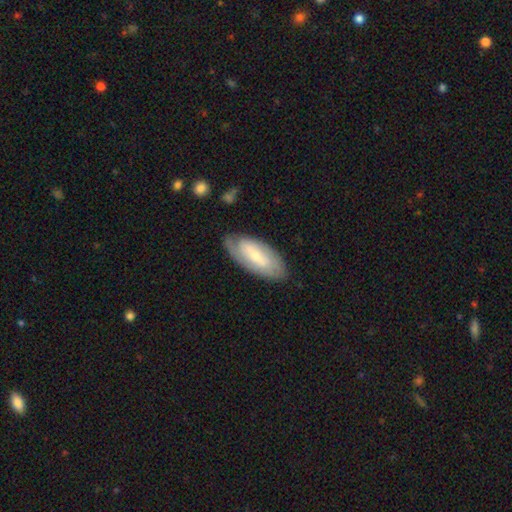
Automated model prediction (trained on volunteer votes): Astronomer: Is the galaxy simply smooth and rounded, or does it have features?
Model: featured or disk — 59% (runner-up: smooth, 36%).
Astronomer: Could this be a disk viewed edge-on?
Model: no — 89%.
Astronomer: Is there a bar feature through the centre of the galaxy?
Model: weak — 40% (runner-up: no, 32%).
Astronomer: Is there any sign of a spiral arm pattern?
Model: yes — 72%.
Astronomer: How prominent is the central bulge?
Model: small — 63%.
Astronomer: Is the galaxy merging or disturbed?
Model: none — 75%.